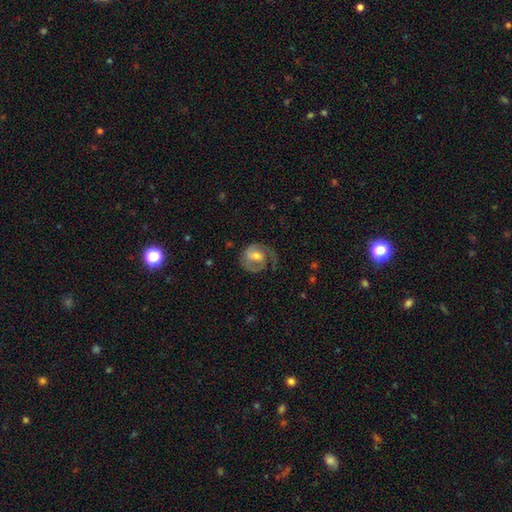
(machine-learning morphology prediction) This appears to be a featured or disk galaxy (72%) with a weak bar (47%), 2 (56%) medium (42%, tied with tight) spiral arms (88%) and a moderate central bulge (60%). Merging: none (60%).